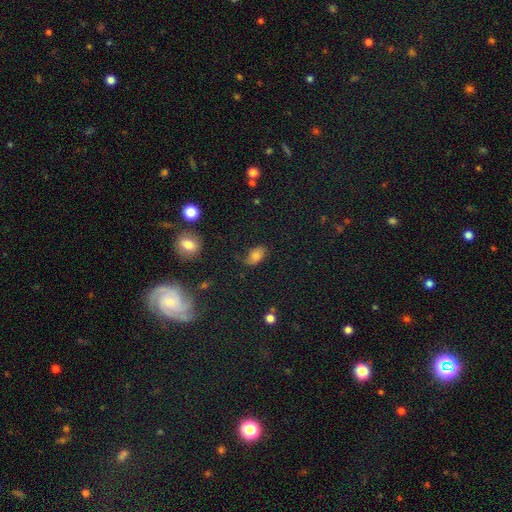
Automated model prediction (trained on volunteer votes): Smooth or featured: smooth — 64% (featured or disk — 19%)
How rounded: in between — 87% (round — 11%)
Merging: none — 68% (minor disturbance — 22%)